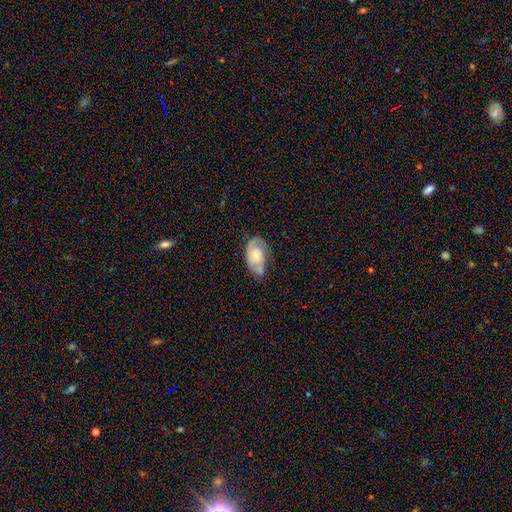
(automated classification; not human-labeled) Smooth or featured: featured or disk — 68% (smooth — 26%)
Edge-on disk: no — 96% (yes — 4%)
Bar: no — 75% (weak — 22%)
Spiral arms: yes — 87% (no — 13%)
Spiral winding: tight — 53% (medium — 34%)
Spiral arm count: 2 — 41% (1 — 39%)
Bulge size: moderate — 47% (small — 42%)
Merging: none — 50% (minor disturbance — 28%)